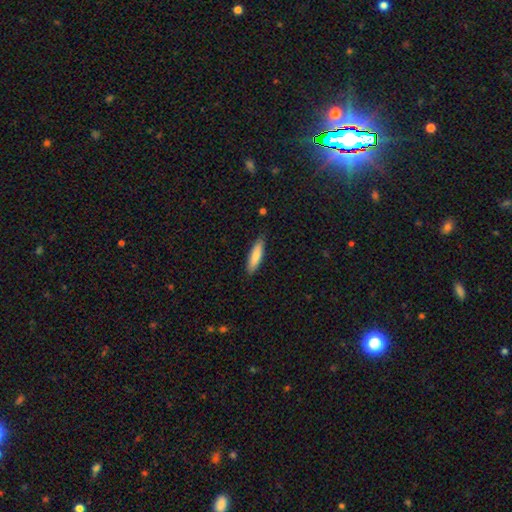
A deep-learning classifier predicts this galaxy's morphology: smooth 81%, featured or disk 13%, star or artifact 6%. Down the decision tree: how rounded — cigar-shaped (70%); merging — none (86%).